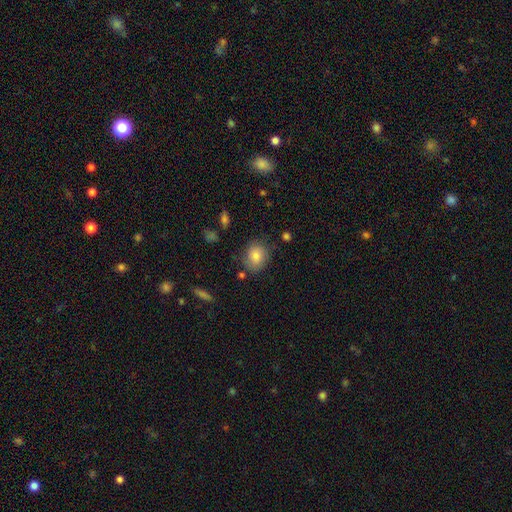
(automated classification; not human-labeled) Smooth or featured?
  - smooth: 78% *
  - featured or disk: 12%
  - star or artifact: 10%
How rounded?
  - round: 58% *
  - in between: 41%
  - cigar-shaped: 1%
Merging?
  - none: 76% *
  - minor disturbance: 17%
  - major disturbance: 5%
  - merger: 3%